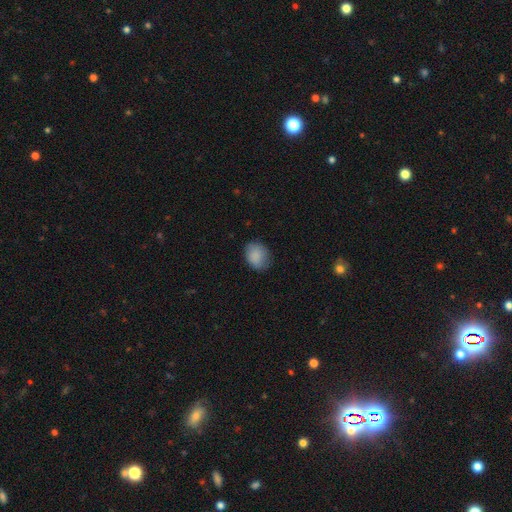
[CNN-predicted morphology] smooth-or-featured: smooth: 87% | star or artifact: 8% | featured or disk: 6%
  how-rounded: in between: 51% | round: 48% | cigar-shaped: 1%
  merging: none: 76% | minor disturbance: 19% | major disturbance: 4% | merger: 1%